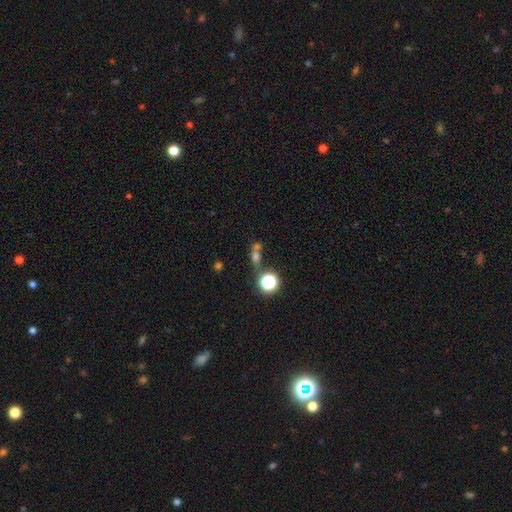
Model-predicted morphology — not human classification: Smooth or featured: smooth — 49% (star or artifact — 35%)
Merging: none — 49% (merger — 34%)